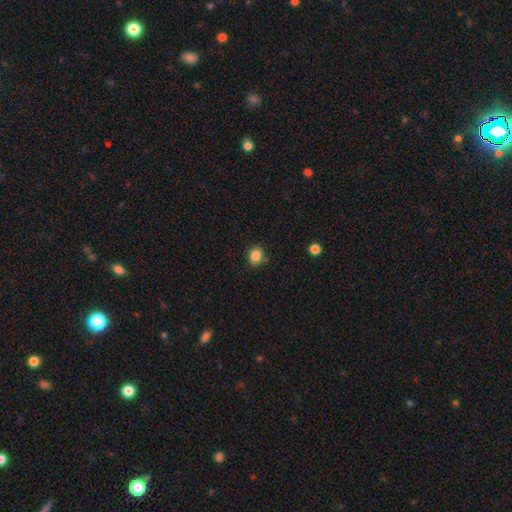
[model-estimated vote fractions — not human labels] Smooth or featured? Predicted: smooth (p=0.85). How rounded? Predicted: round (p=0.61). Merging? Predicted: none (p=0.81).